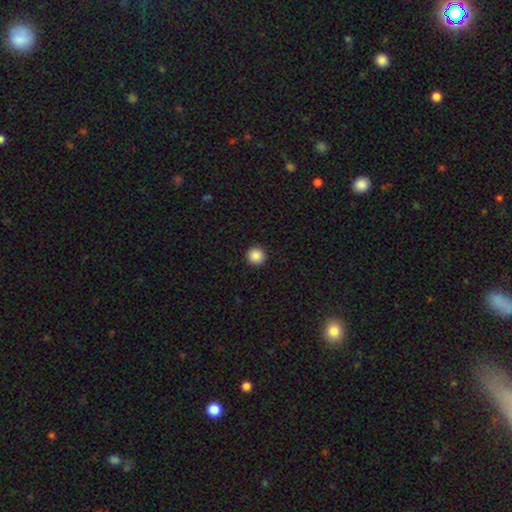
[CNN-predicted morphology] A smooth galaxy with no disk features (88%) that is round (96%). Merging: none (94%).